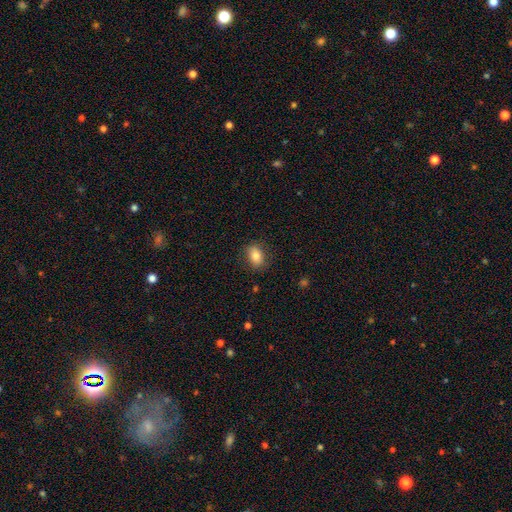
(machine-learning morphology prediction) Overall: smooth (82%). How rounded: in between (80%). Merging: none (84%).